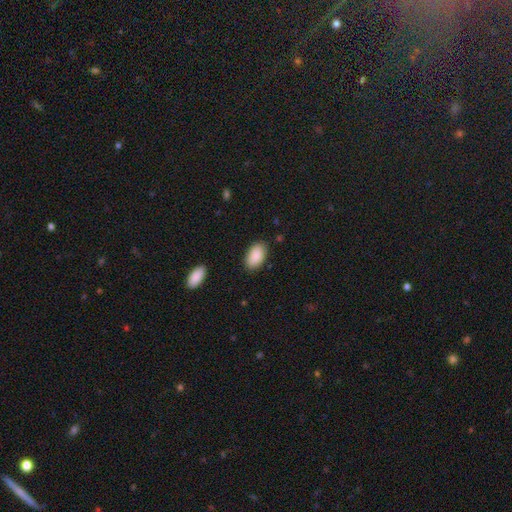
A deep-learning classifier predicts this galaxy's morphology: smooth_or_featured: smooth (p=0.90) [alt: star or artifact p=0.06]
how_rounded: in between (p=0.94) [alt: round p=0.04]
merging: none (p=0.85) [alt: minor disturbance p=0.11]